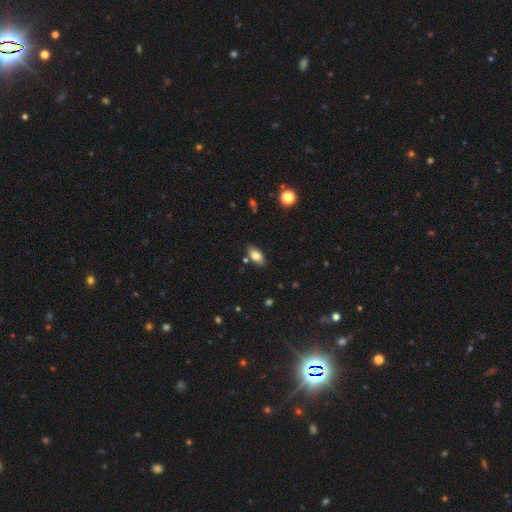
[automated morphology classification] This appears to be a smooth galaxy with no disk features (81%) that is in between round and cigar-shaped (90%). Merging: none (79%).